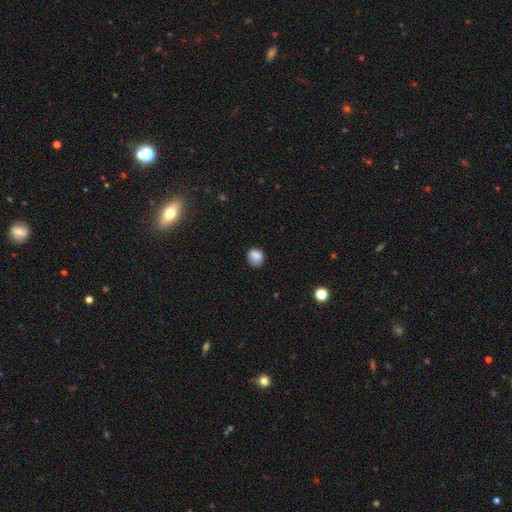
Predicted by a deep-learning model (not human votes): Smooth or featured: smooth — 83% (star or artifact — 10%)
How rounded: round — 73% (in between — 26%)
Merging: none — 71% (minor disturbance — 21%)